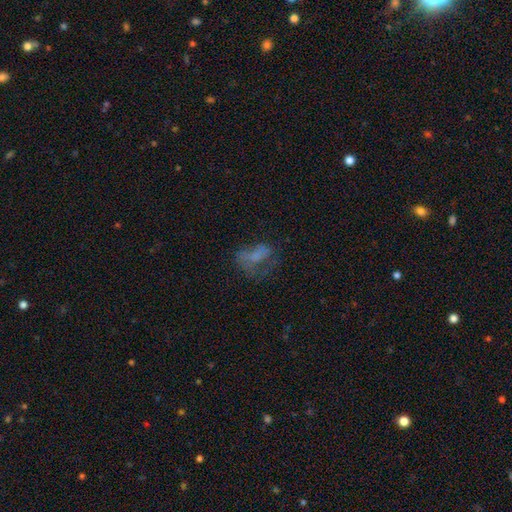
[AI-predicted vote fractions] Smooth or featured?
  - smooth: 46% *
  - featured or disk: 36%
  - star or artifact: 18%
Merging?
  - major disturbance: 45% *
  - none: 31%
  - minor disturbance: 19%
  - merger: 5%